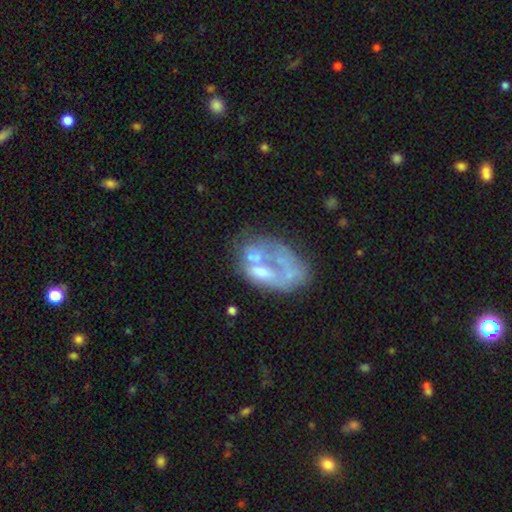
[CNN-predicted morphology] Smooth or featured: featured or disk — 57% (smooth — 32%)
Edge-on disk: no — 97% (yes — 3%)
Bar: no — 82% (weak — 13%)
Spiral arms: no — 86% (yes — 14%)
Bulge size: none — 41% (moderate — 32%)
Merging: major disturbance — 34% (merger — 28%)